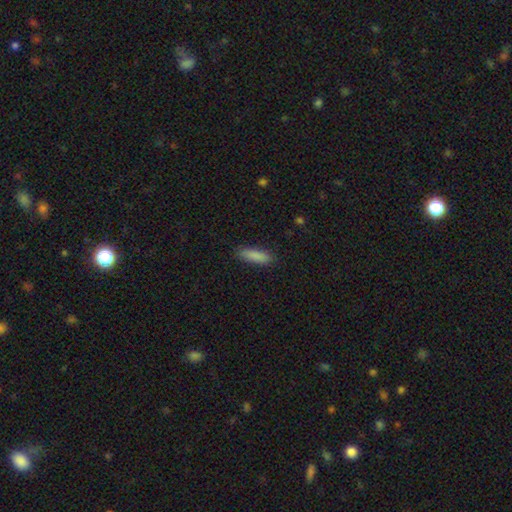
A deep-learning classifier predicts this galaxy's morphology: A smooth galaxy with no disk features (87%) that is cigar-shaped (55%).

Vote fractions:
- Smooth or featured? smooth: 87% / star or artifact: 7% / featured or disk: 6%
- How rounded? cigar-shaped: 55% / in between: 43% / round: 2%
- Merging? none: 85% / minor disturbance: 11% / major disturbance: 2% / merger: 1%